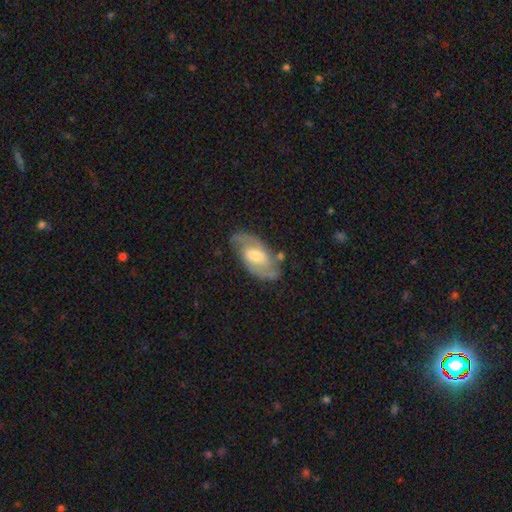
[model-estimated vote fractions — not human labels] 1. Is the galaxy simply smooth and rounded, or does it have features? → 77% featured or disk, 18% smooth, 6% star or artifact.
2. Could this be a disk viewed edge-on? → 94% no, 6% yes.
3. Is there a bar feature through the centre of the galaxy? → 52% weak, 28% no, 20% strong.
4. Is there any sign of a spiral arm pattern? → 91% yes, 9% no.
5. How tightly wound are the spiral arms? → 51% medium, 28% tight, 21% loose.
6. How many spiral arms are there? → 87% 2, 7% can't tell, 2% 1, 2% 3, 1% 4, 1% more than 4.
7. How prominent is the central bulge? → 62% moderate, 26% small, 9% large, 2% none, 1% dominant.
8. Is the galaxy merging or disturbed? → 75% none, 17% minor disturbance, 5% major disturbance, 3% merger.